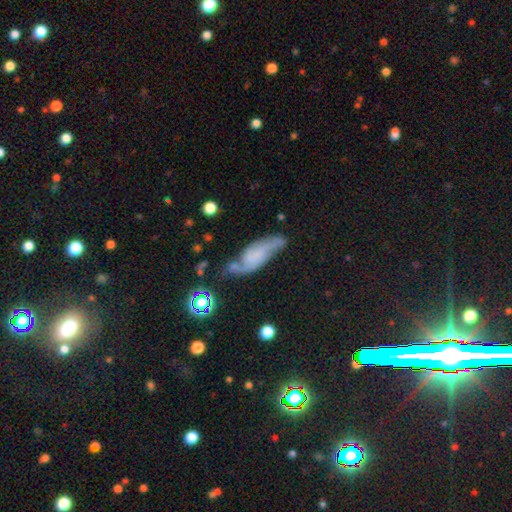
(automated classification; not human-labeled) smooth_or_featured: featured or disk (p=0.56) [alt: smooth p=0.33]
disk_edge_on: no (p=0.85) [alt: yes p=0.15]
merging: none (p=0.48) [alt: minor disturbance p=0.28]